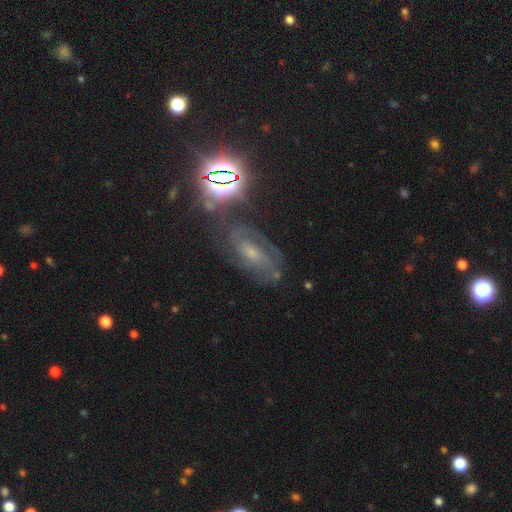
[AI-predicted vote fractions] Smooth or featured: featured or disk — 67% (star or artifact — 21%)
Edge-on disk: no — 95% (yes — 5%)
Bar: no — 48% (weak — 40%)
Spiral arms: yes — 91% (no — 9%)
Spiral winding: tight — 53% (medium — 37%)
Spiral arm count: 2 — 40% (can't tell — 33%)
Bulge size: small — 60% (moderate — 31%)
Merging: none — 69% (minor disturbance — 18%)